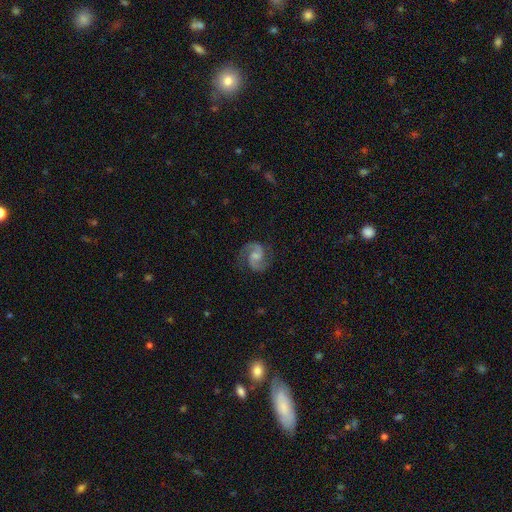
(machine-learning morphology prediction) A featured or disk galaxy (90%) with a weak bar (46%), 2 (94%) medium (63%) spiral arms (98%) and a small central bulge (39%). Merging: none (81%).